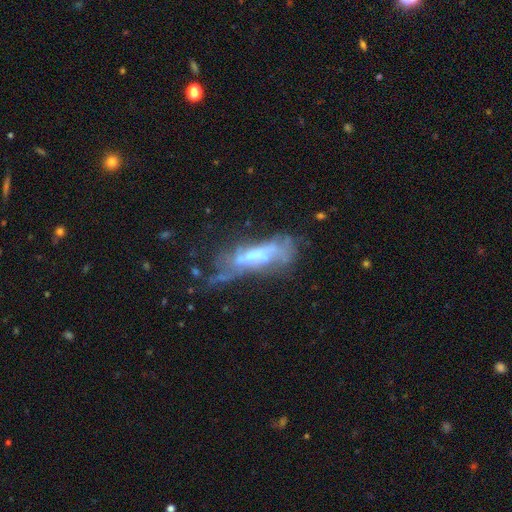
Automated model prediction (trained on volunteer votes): This is likely a featured or disk galaxy (63%). It is clearly not viewed edge-on (80%). Bar: likely no (60%). Spiral arm pattern: likely no (65%). Central bulge: marginally moderate (39%). Merging: marginally major disturbance (34%).